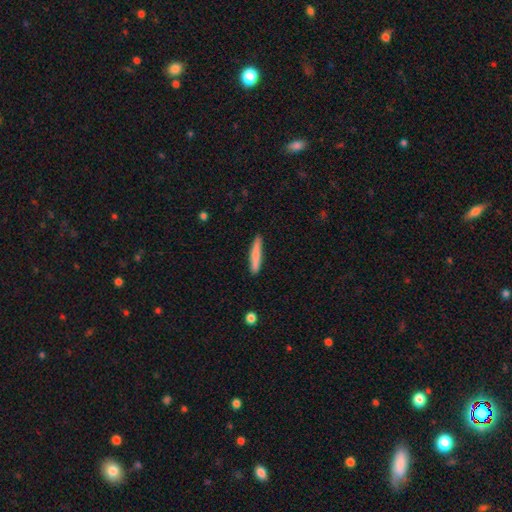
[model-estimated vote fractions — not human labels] This appears to be a smooth galaxy with no disk features (76%) that is cigar-shaped (93%). Merging: none (88%).